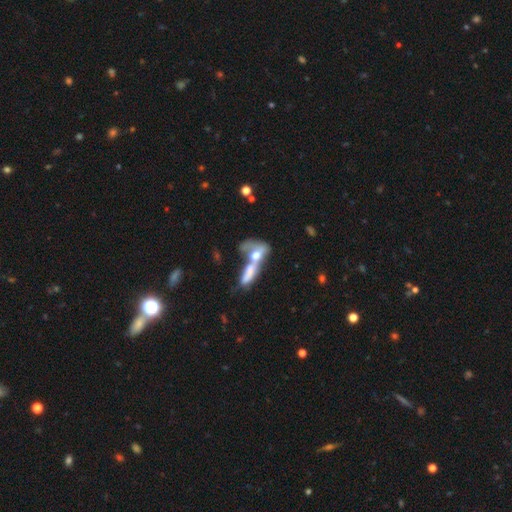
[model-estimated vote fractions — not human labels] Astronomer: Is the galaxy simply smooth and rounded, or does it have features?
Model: smooth — 52% (runner-up: featured or disk, 39%).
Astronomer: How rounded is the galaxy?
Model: in between — 73%.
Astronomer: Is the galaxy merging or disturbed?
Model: merger — 70%.